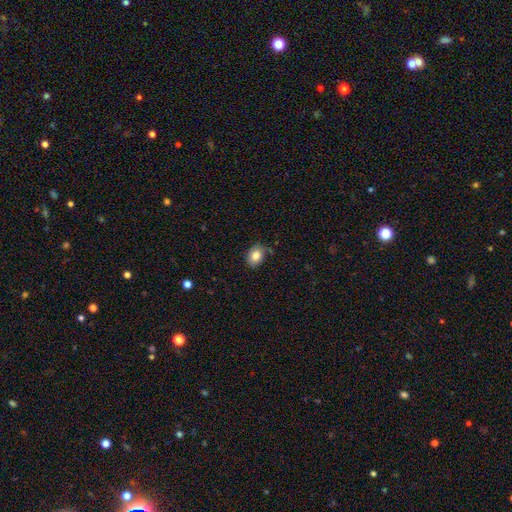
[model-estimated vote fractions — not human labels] The model was most divided on "how rounded": in between: 60%, round: 39%, cigar-shaped: 1%. More confident: smooth or featured — smooth (83%); merging — none (75%).